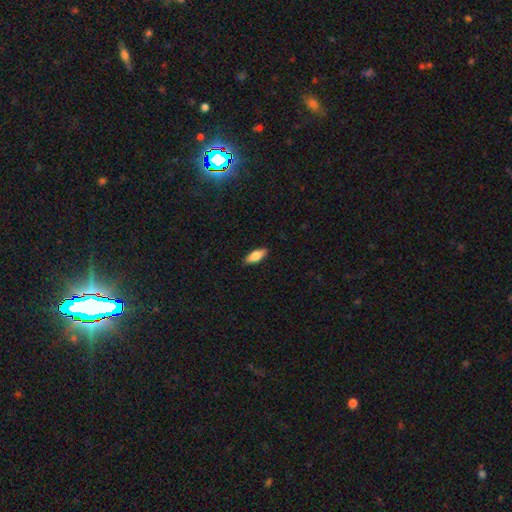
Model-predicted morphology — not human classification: smooth-or-featured: smooth: 74% | featured or disk: 19% | star or artifact: 6%
  how-rounded: in between: 73% | cigar-shaped: 24% | round: 3%
  merging: none: 88% | minor disturbance: 9% | major disturbance: 2% | merger: 1%